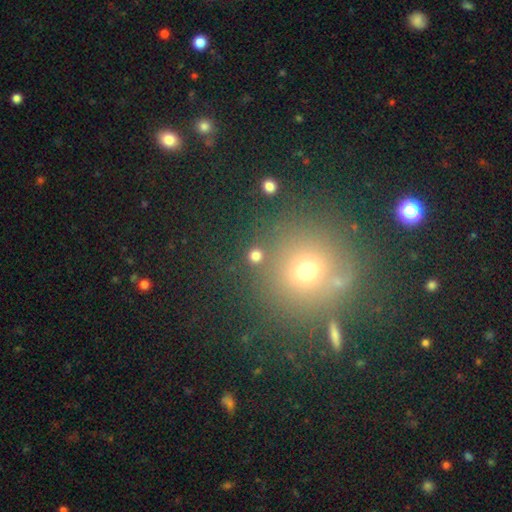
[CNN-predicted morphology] Smooth or featured? Predicted: smooth (p=0.76). How rounded? Predicted: round (p=0.90). Merging? Predicted: none (p=0.84).